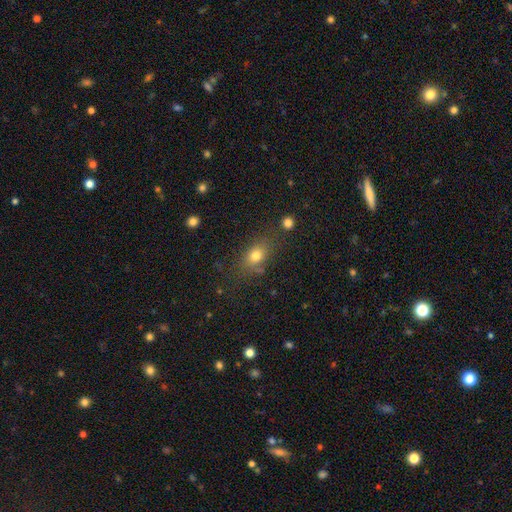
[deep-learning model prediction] smooth-or-featured: smooth: 76% | star or artifact: 13% | featured or disk: 11%
  how-rounded: in between: 70% | round: 27% | cigar-shaped: 3%
  merging: none: 71% | minor disturbance: 18% | major disturbance: 7% | merger: 5%